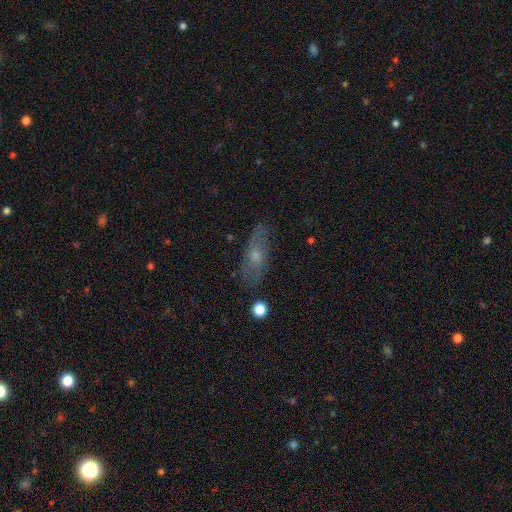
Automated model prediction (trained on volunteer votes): The model was most divided on "smooth or featured": smooth: 47%, featured or disk: 43%, star or artifact: 10%. More confident: merging — none (78%).